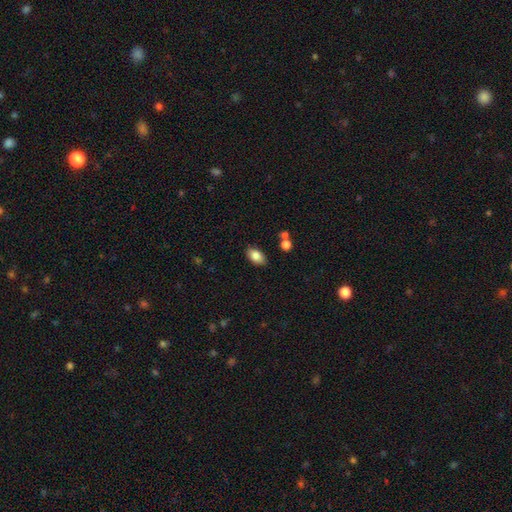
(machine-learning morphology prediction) smooth 85%, star or artifact 8%, featured or disk 7%. Down the decision tree: how rounded — in between (91%); merging — none (82%).